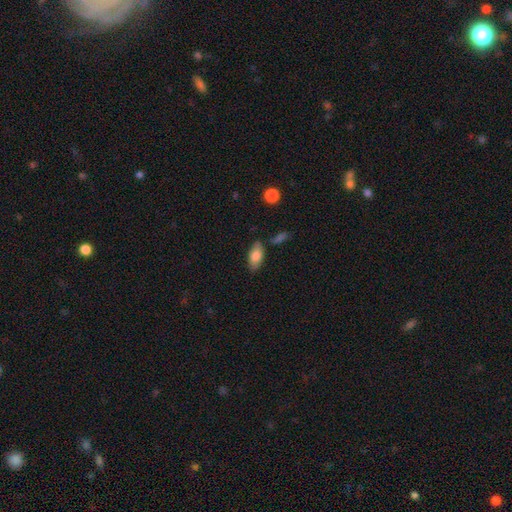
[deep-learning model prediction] smooth 79%, featured or disk 15%, star or artifact 7%. Down the decision tree: how rounded — in between (90%); merging — none (77%).